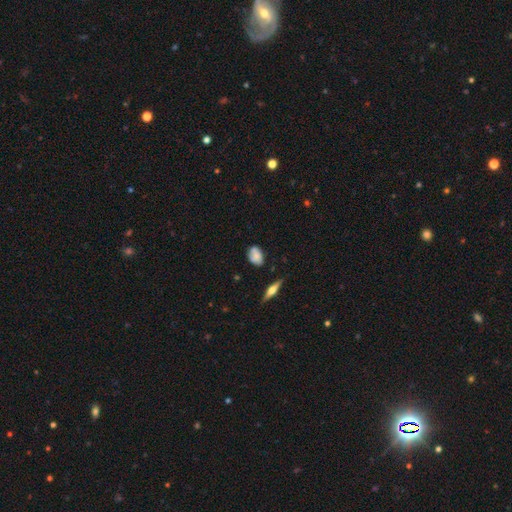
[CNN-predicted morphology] The model was most divided on "merging": none: 63%, minor disturbance: 27%, major disturbance: 5%, merger: 5%. More confident: how rounded — in between (83%); smooth or featured — smooth (72%).